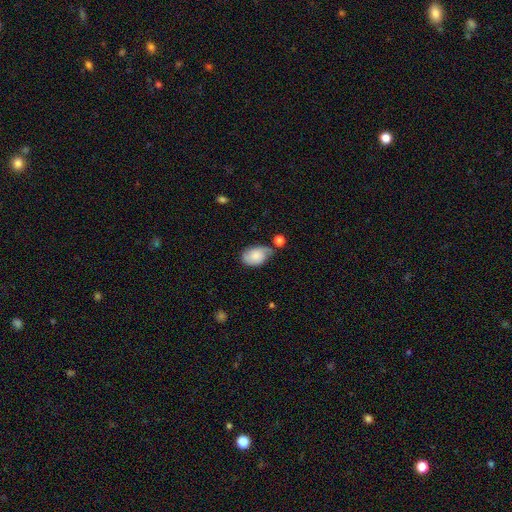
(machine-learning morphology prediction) type=smooth (73%); roundness=in between (89%); merging=none (48%).